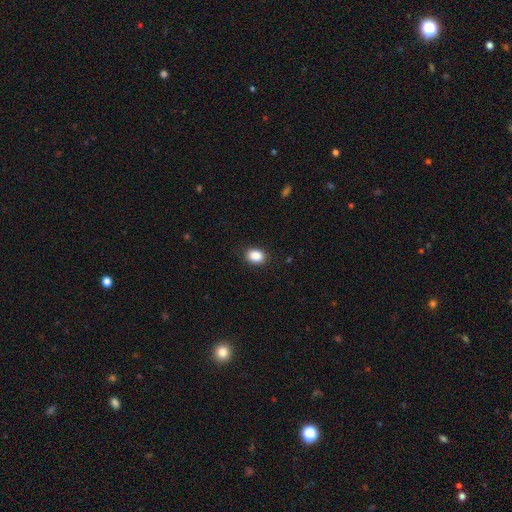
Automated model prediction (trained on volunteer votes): A smooth galaxy with no disk features (88%) that is in between round and cigar-shaped (67%).

Vote fractions:
- Smooth or featured? smooth: 88% / star or artifact: 8% / featured or disk: 3%
- How rounded? in between: 67% / round: 32% / cigar-shaped: 1%
- Merging? none: 86% / minor disturbance: 10% / major disturbance: 3% / merger: 1%